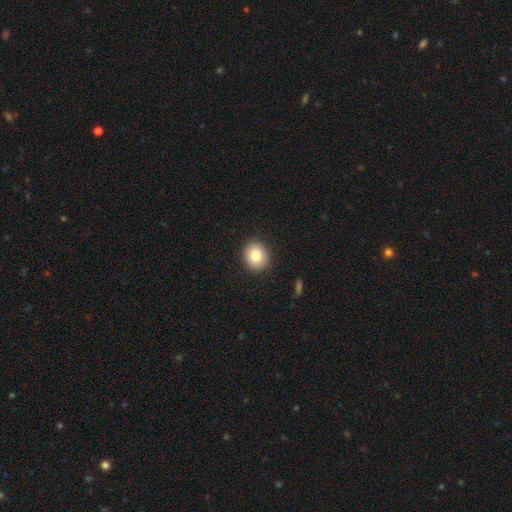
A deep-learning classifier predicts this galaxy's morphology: This is clearly a smooth galaxy (81%). How rounded: likely round (77%). Merging: clearly none (90%).